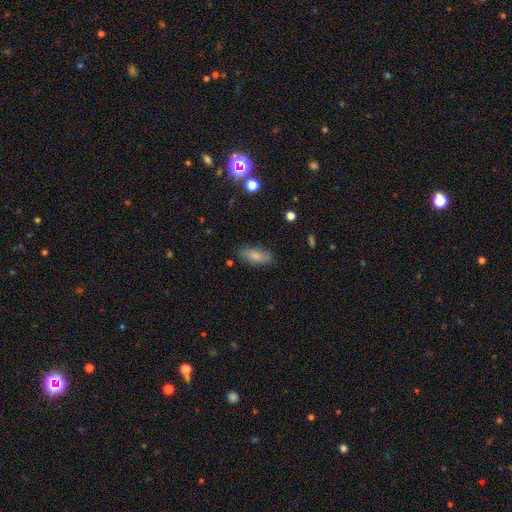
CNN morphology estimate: The model was most divided on "smooth or featured": smooth: 77%, featured or disk: 15%, star or artifact: 7%. More confident: how rounded — in between (83%); merging — none (82%).